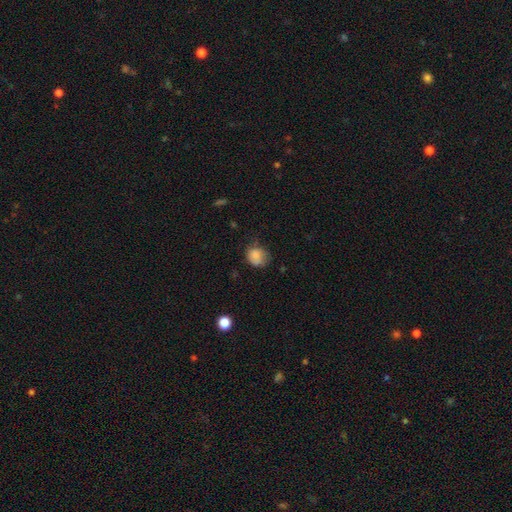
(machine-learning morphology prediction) smooth_or_featured: smooth (p=0.82) [alt: star or artifact p=0.10]
how_rounded: round (p=0.67) [alt: in between p=0.32]
merging: none (p=0.54) [alt: minor disturbance p=0.32]